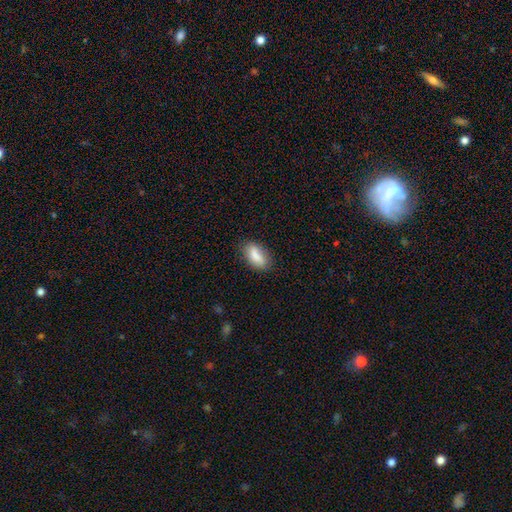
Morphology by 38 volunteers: Smooth or featured? smooth (87%)
How rounded? in between (79%)
Merging? none (74%)